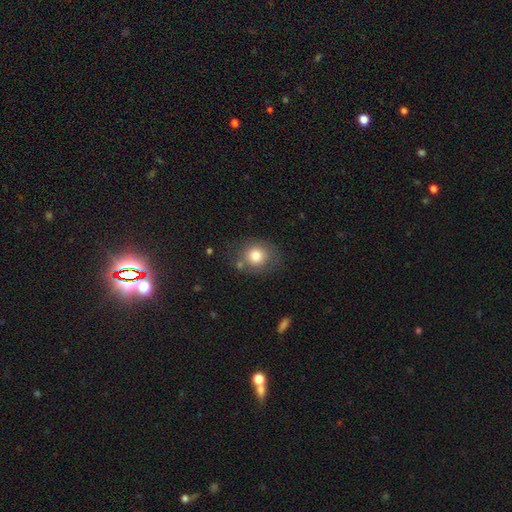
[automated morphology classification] Smooth or featured? smooth (78%)
How rounded? round (71%)
Merging? none (70%)